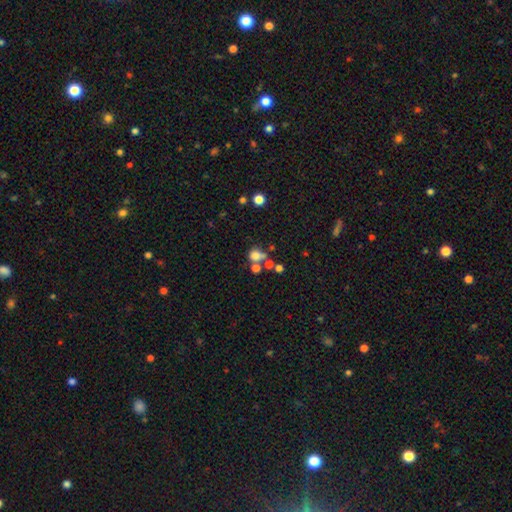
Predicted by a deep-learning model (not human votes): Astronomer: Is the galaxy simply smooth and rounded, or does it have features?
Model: smooth — 71%.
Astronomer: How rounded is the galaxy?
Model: round — 67%.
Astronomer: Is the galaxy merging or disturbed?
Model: merger — 38% (runner-up: none, 37%).